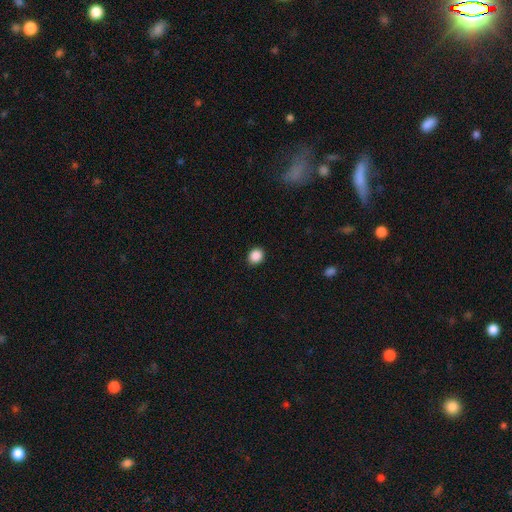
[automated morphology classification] Smooth or featured? smooth (88%)
How rounded? round (78%)
Merging? none (90%)